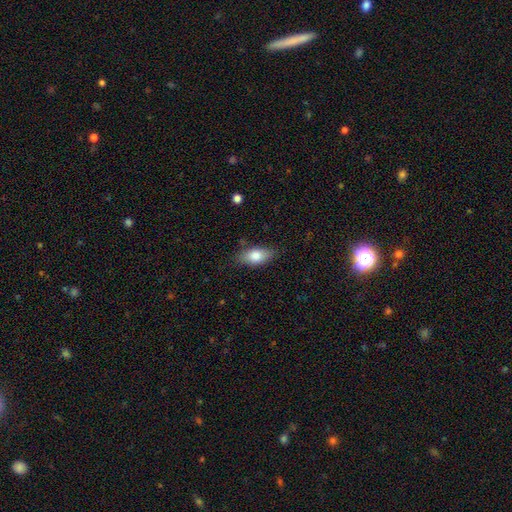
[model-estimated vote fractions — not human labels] smooth_or_featured: smooth (p=0.78) [alt: featured or disk p=0.15]
how_rounded: in between (p=0.87) [alt: cigar-shaped p=0.08]
merging: none (p=0.80) [alt: minor disturbance p=0.15]